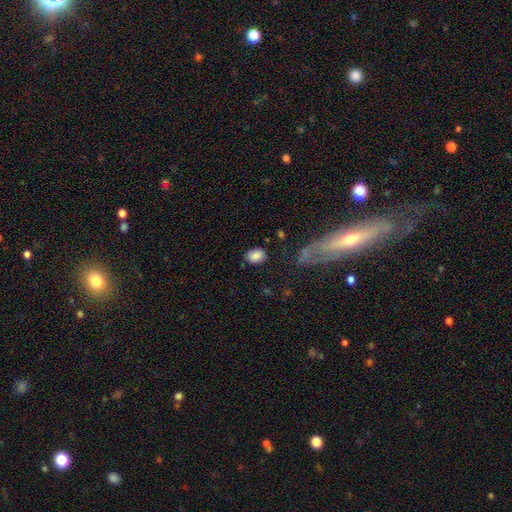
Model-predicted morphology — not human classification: This appears to be a smooth galaxy with no disk features (86%) that is in between round and cigar-shaped (67%). Merging: none (77%).